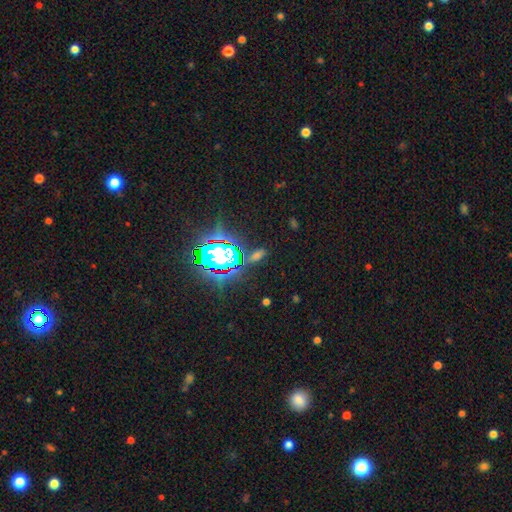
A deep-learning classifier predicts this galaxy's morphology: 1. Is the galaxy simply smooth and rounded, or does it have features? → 52% star or artifact, 36% smooth, 13% featured or disk.